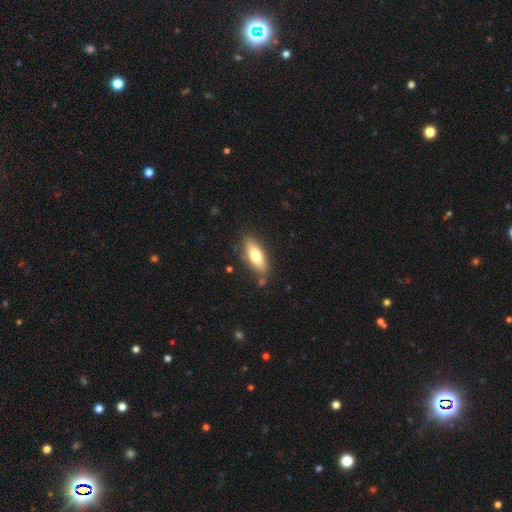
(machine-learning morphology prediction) Smooth or featured?
  - smooth: 70% *
  - featured or disk: 24%
  - star or artifact: 6%
How rounded?
  - in between: 69% *
  - cigar-shaped: 29%
  - round: 3%
Merging?
  - none: 80% *
  - minor disturbance: 13%
  - merger: 3%
  - major disturbance: 3%